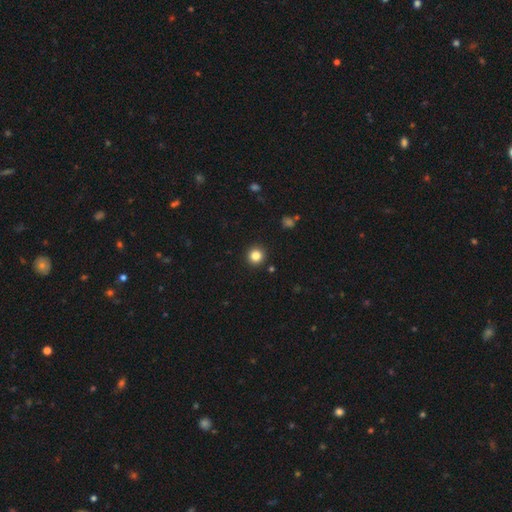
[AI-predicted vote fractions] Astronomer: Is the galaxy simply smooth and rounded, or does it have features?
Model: smooth — 83%.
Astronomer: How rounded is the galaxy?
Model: round — 95%.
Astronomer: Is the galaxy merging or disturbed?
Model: none — 93%.